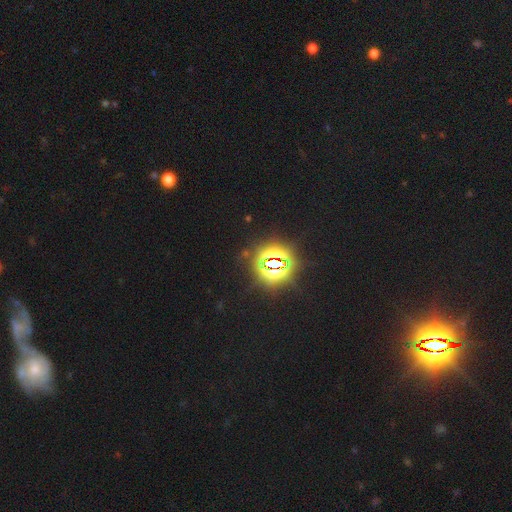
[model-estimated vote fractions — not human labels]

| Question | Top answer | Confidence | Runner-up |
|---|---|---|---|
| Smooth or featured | star or artifact | 84% | smooth (10%) |